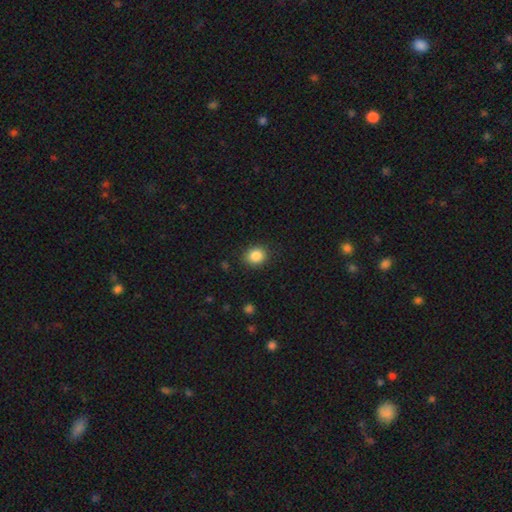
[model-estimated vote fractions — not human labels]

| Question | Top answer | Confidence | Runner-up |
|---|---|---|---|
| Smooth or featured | smooth | 86% | star or artifact (10%) |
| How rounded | round | 70% | in between (29%) |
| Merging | none | 87% | minor disturbance (9%) |